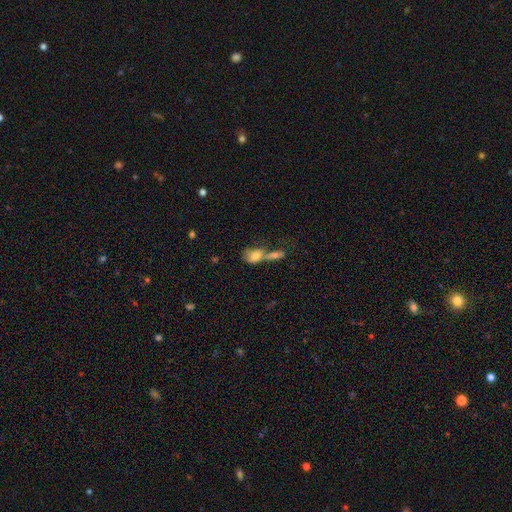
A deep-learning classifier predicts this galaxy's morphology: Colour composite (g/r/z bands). It shows a smooth galaxy with no disk features (70%) that is in between round and cigar-shaped (72%). Merging: merger (60%).